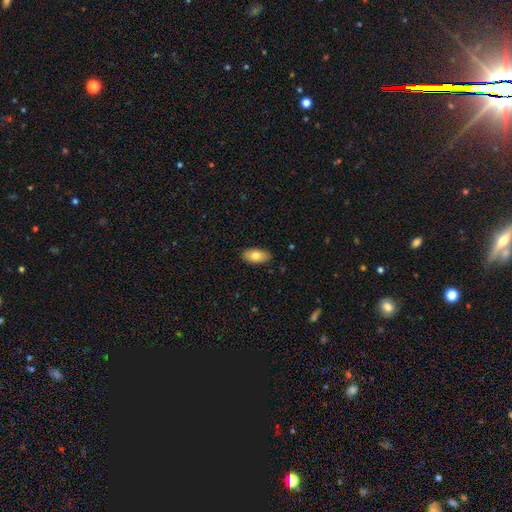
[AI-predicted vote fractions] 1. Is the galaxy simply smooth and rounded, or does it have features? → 78% smooth, 16% featured or disk, 6% star or artifact.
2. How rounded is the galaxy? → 92% in between, 5% cigar-shaped, 4% round.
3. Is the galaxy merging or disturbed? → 88% none, 10% minor disturbance, 2% major disturbance, 1% merger.